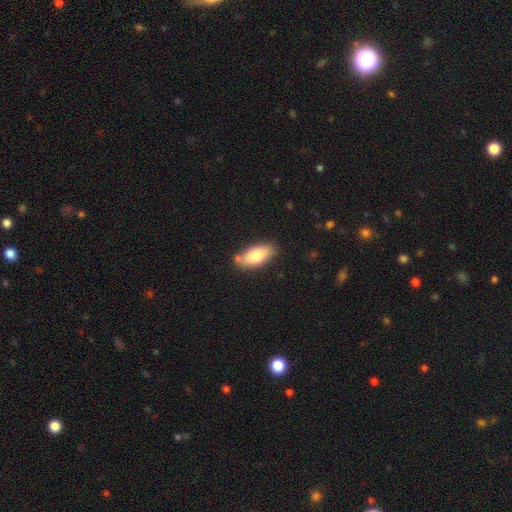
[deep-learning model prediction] This appears to be a smooth galaxy with no disk features (75%) that is in between round and cigar-shaped (89%). Merging: none (76%).